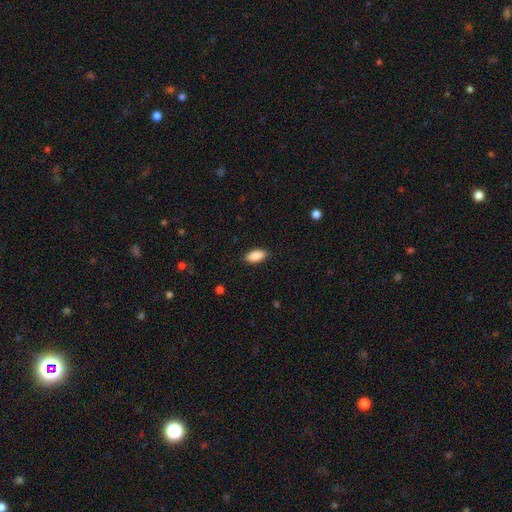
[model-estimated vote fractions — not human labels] Q: Smooth or featured?
A: smooth (89%); runner-up: star or artifact (6%)
Q: How rounded?
A: in between (90%); runner-up: cigar-shaped (8%)
Q: Merging?
A: none (88%); runner-up: minor disturbance (9%)